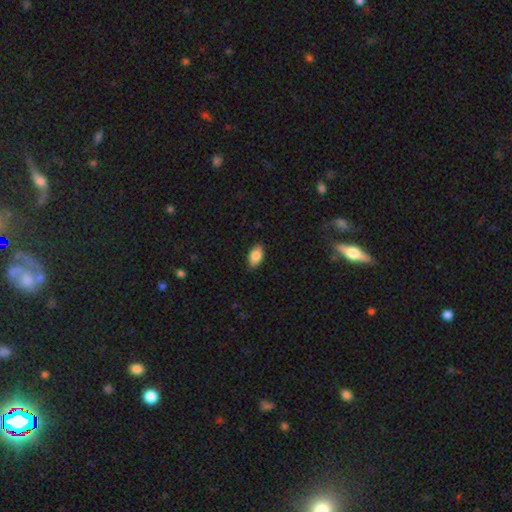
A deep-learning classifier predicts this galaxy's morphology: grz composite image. It shows a smooth galaxy with no disk features (85%) that is in between round and cigar-shaped (93%). Merging: none (86%).